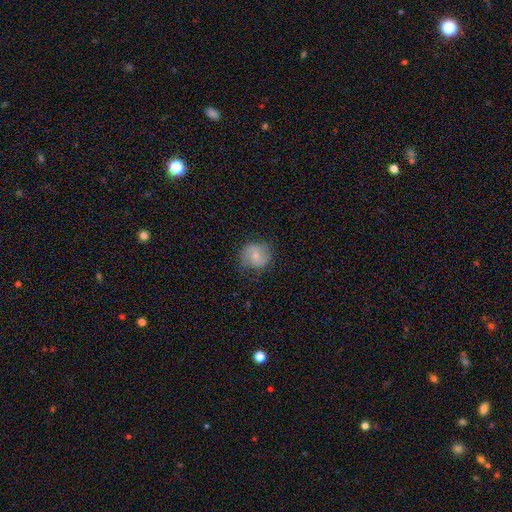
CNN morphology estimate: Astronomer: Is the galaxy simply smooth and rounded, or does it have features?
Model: smooth — 53% (runner-up: featured or disk, 39%).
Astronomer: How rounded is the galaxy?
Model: round — 83%.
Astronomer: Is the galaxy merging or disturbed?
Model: none — 76%.